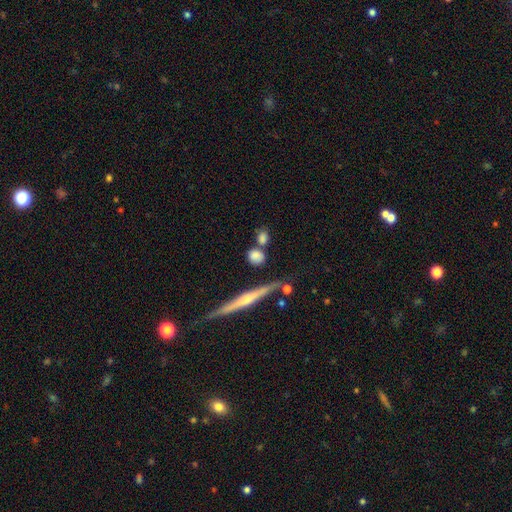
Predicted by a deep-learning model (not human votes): Morphology: type=smooth (78%); roundness=round (60%); merging=none (65%).